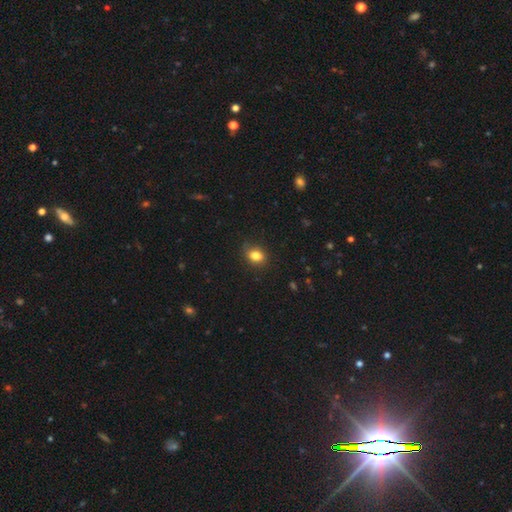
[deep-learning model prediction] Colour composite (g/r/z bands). It shows a smooth galaxy with no disk features (83%) that is in between round and cigar-shaped (61%). Merging: none (83%).